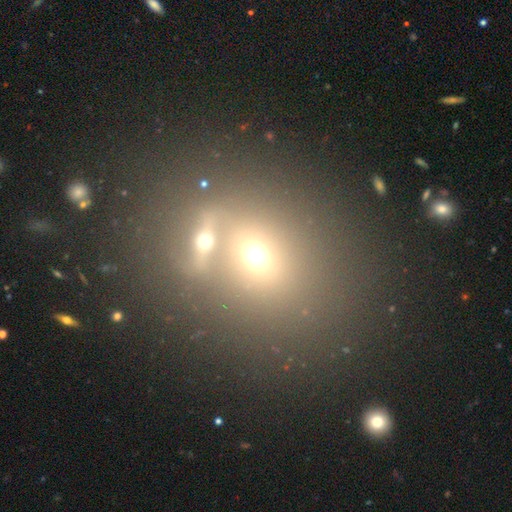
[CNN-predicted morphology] Smooth or featured?
  - smooth: 57% *
  - star or artifact: 22%
  - featured or disk: 21%
How rounded?
  - round: 62% *
  - in between: 36%
  - cigar-shaped: 2%
Merging?
  - merger: 43% *
  - none: 42%
  - minor disturbance: 9%
  - major disturbance: 5%